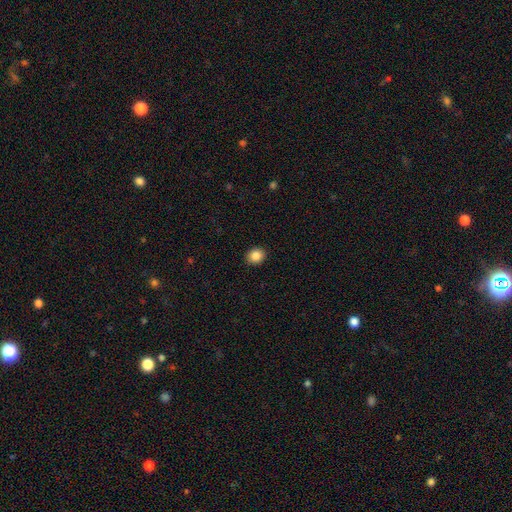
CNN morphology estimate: The model was most divided on "how rounded": round: 72%, in between: 27%, cigar-shaped: 1%. More confident: merging — none (92%); smooth or featured — smooth (86%).